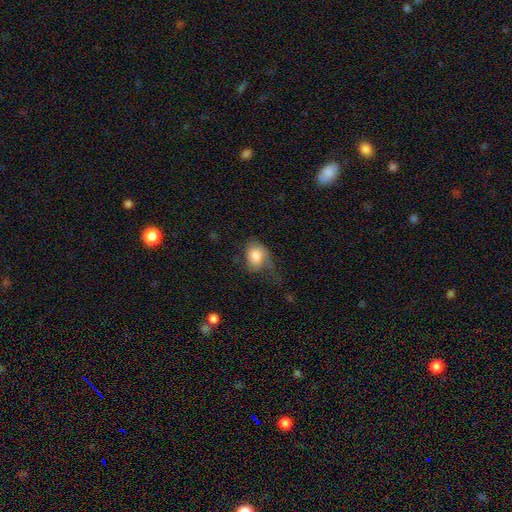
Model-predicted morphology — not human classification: type=smooth (75%); roundness=in between (65%); merging=major disturbance (39%).